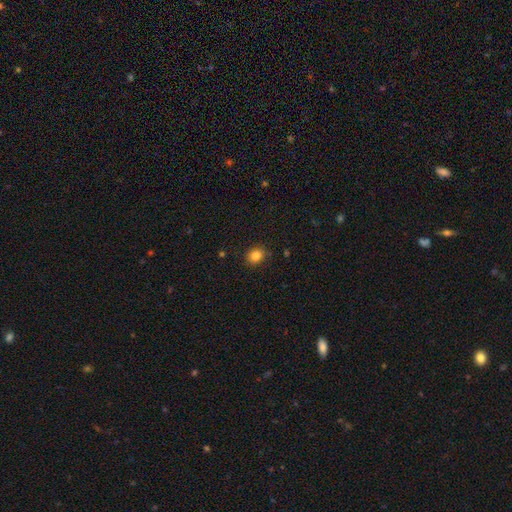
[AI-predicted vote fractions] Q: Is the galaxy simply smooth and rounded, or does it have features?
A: smooth — 85%.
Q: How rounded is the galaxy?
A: round — 61%.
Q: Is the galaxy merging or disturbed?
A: none — 86%.